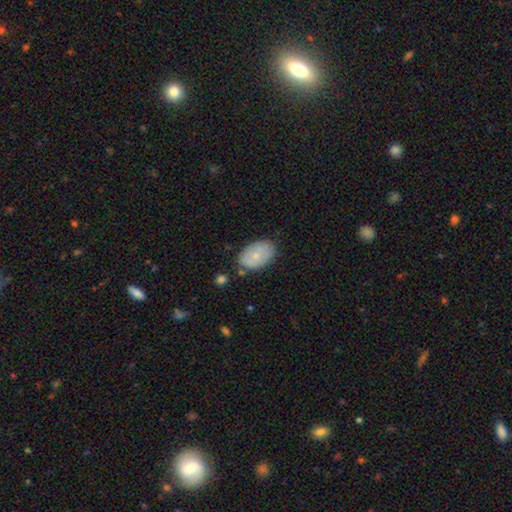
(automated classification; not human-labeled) Overall: smooth (74%). How rounded: in between (91%). Merging: none (76%).